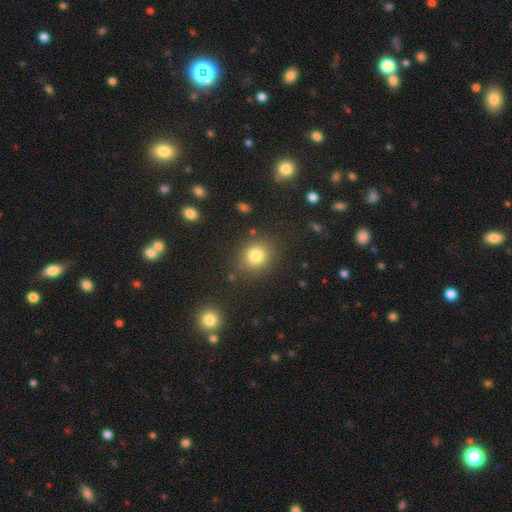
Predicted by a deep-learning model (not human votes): smooth-or-featured: smooth: 80% | star or artifact: 13% | featured or disk: 8%
  how-rounded: round: 77% | in between: 22% | cigar-shaped: 1%
  merging: none: 84% | minor disturbance: 9% | major disturbance: 4% | merger: 3%